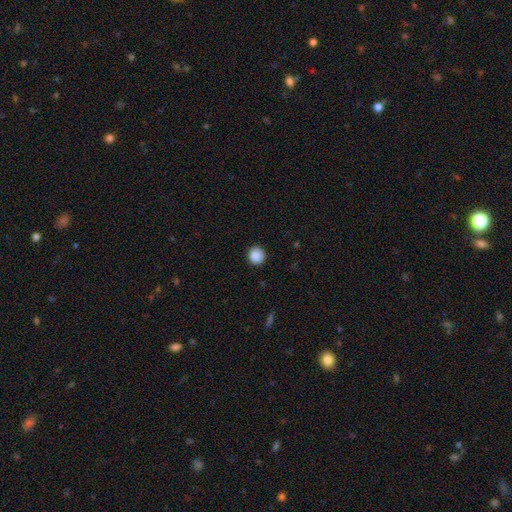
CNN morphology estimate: type=smooth (88%); roundness=round (93%); merging=none (91%).